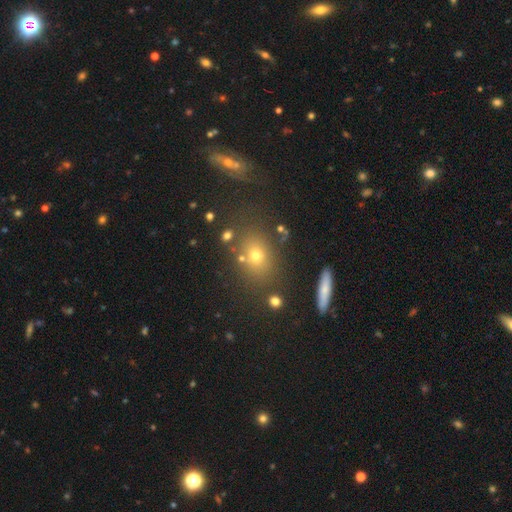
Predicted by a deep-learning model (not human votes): smooth 65%, star or artifact 19%, featured or disk 16%. Down the decision tree: how rounded — in between (55%); merging — none (76%).